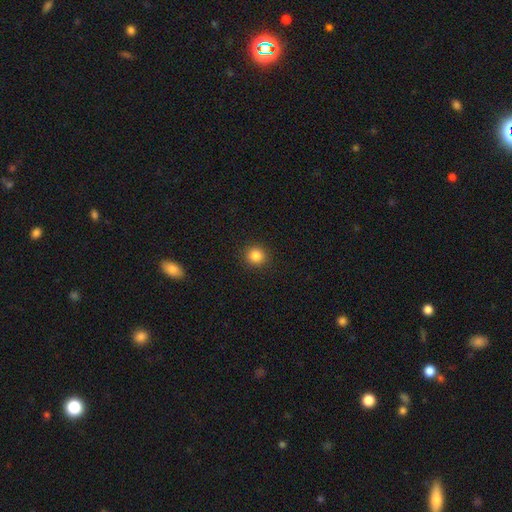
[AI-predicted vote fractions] Morphology: type=smooth (85%); roundness=round (92%); merging=none (92%).